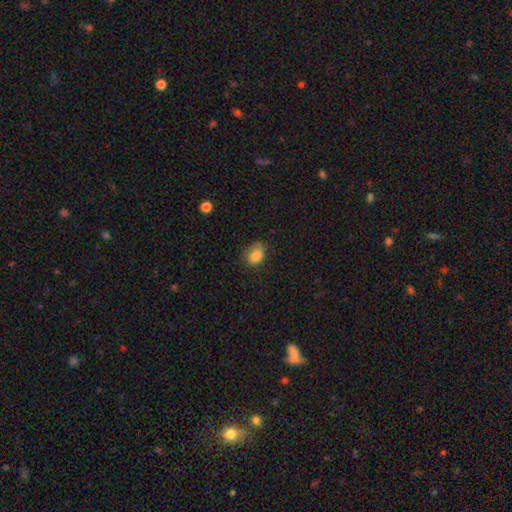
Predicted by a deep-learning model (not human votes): A smooth galaxy with no disk features (85%) that is in between round and cigar-shaped (71%).

Vote fractions:
- Smooth or featured? smooth: 85% / star or artifact: 10% / featured or disk: 6%
- How rounded? in between: 71% / round: 28% / cigar-shaped: 1%
- Merging? none: 64% / minor disturbance: 27% / major disturbance: 7% / merger: 2%